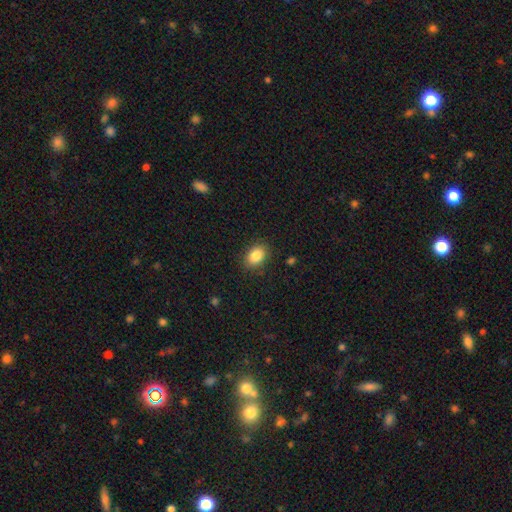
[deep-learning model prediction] Overall: smooth (85%). How rounded: in between (76%). Merging: none (86%).